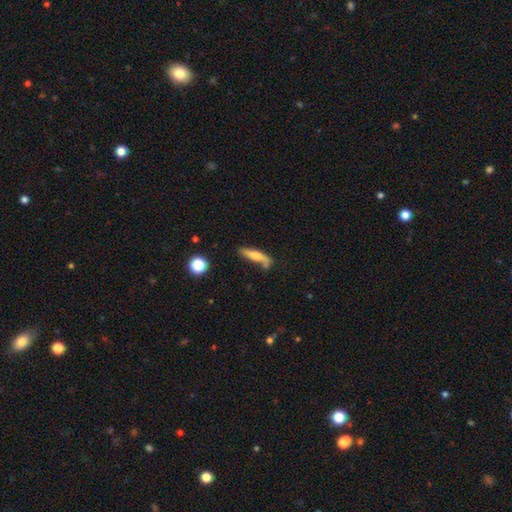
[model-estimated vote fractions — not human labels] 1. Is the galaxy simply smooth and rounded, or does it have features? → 54% smooth, 38% featured or disk, 8% star or artifact.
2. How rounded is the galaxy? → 79% cigar-shaped, 19% in between, 3% round.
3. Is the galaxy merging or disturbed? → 58% none, 26% minor disturbance, 9% major disturbance, 7% merger.